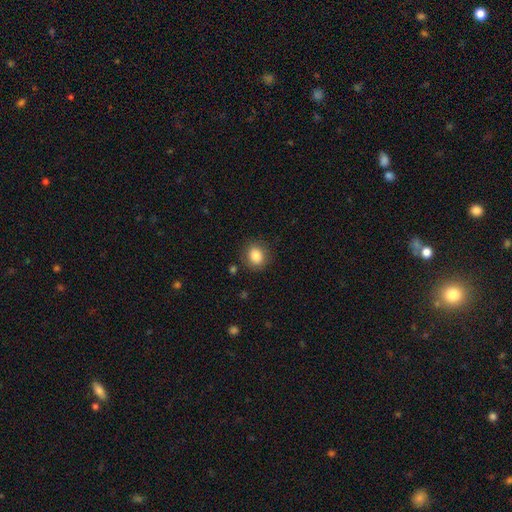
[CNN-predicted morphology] A smooth galaxy with no disk features (85%) that is round (68%).

Vote fractions:
- Smooth or featured? smooth: 85% / star or artifact: 9% / featured or disk: 6%
- How rounded? round: 68% / in between: 31% / cigar-shaped: 1%
- Merging? none: 86% / minor disturbance: 10% / major disturbance: 3% / merger: 1%